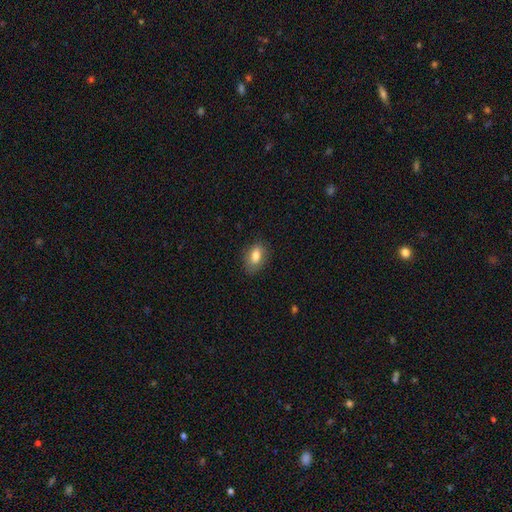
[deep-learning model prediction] A smooth galaxy with no disk features (81%) that is in between round and cigar-shaped (88%).

Vote fractions:
- Smooth or featured? smooth: 81% / featured or disk: 11% / star or artifact: 8%
- How rounded? in between: 88% / round: 9% / cigar-shaped: 4%
- Merging? none: 78% / minor disturbance: 17% / major disturbance: 4% / merger: 1%